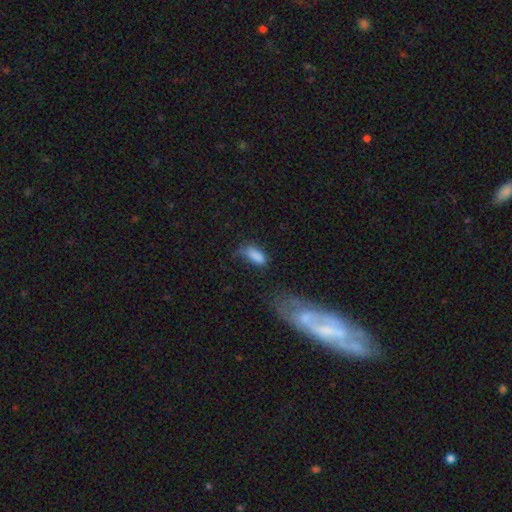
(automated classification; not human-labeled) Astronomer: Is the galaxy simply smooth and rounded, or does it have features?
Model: smooth — 80%.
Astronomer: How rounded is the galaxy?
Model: in between — 78%.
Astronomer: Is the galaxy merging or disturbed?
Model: none — 36% (runner-up: minor disturbance, 32%).